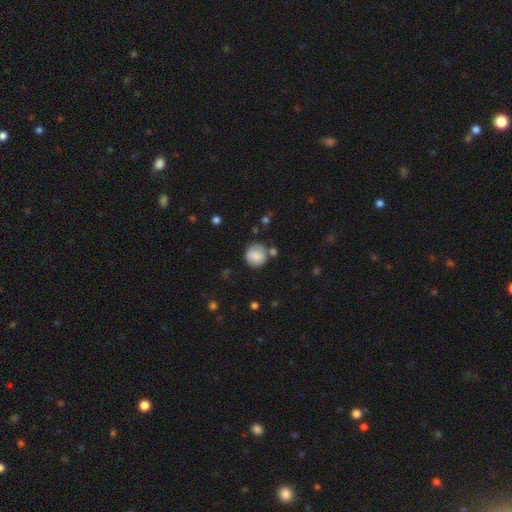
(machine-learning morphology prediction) smooth-or-featured: smooth: 82% | featured or disk: 10% | star or artifact: 8%
  how-rounded: round: 88% | in between: 12% | cigar-shaped: 1%
  merging: none: 69% | minor disturbance: 17% | merger: 8% | major disturbance: 6%